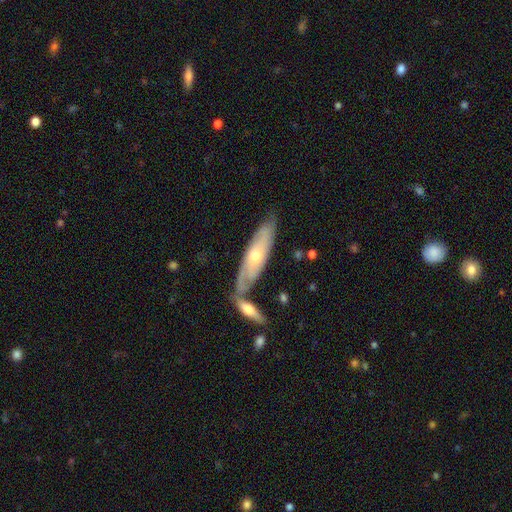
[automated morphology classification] featured or disk 60%, smooth 34%, star or artifact 6%. Down the decision tree: edge-on disk — no (59%); merging — none (59%).